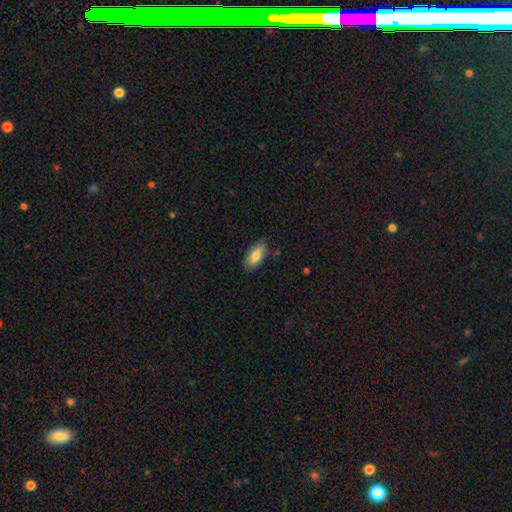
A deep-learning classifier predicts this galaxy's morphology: type=smooth (80%); roundness=in between (90%); merging=none (82%).